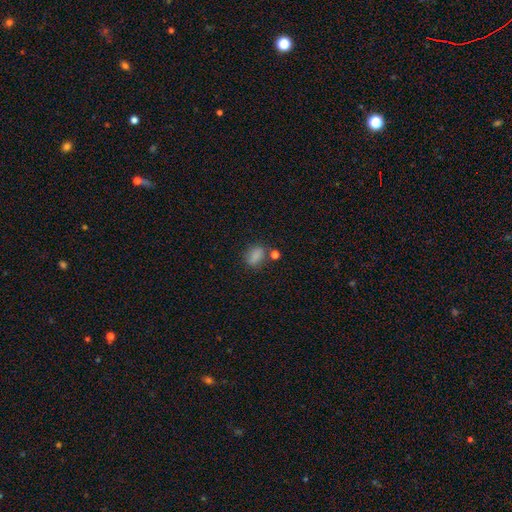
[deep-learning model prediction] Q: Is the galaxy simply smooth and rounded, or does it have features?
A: smooth — 82%.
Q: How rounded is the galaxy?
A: in between — 73%.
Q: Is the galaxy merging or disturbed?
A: none — 62%.